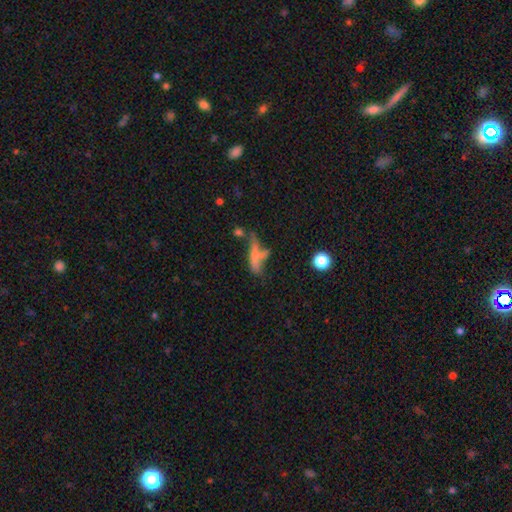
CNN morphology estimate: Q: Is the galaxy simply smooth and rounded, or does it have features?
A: smooth — 57%.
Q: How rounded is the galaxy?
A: cigar-shaped — 71%.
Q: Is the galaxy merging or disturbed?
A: none — 36%.